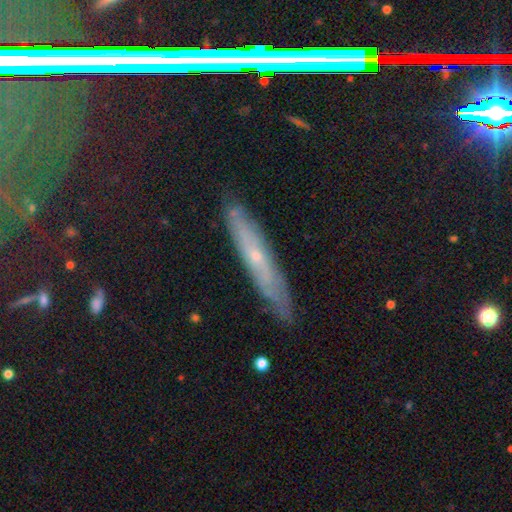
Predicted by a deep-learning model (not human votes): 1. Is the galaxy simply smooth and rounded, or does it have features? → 58% featured or disk, 28% smooth, 14% star or artifact.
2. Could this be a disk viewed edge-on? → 67% yes, 33% no.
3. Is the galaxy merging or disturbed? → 82% none, 14% minor disturbance, 3% major disturbance, 1% merger.